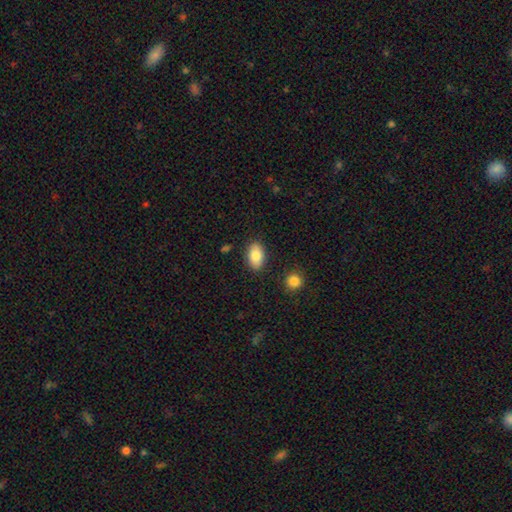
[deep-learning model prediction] Smooth or featured: smooth — 83% (featured or disk — 10%)
How rounded: in between — 90% (round — 8%)
Merging: none — 85% (minor disturbance — 10%)